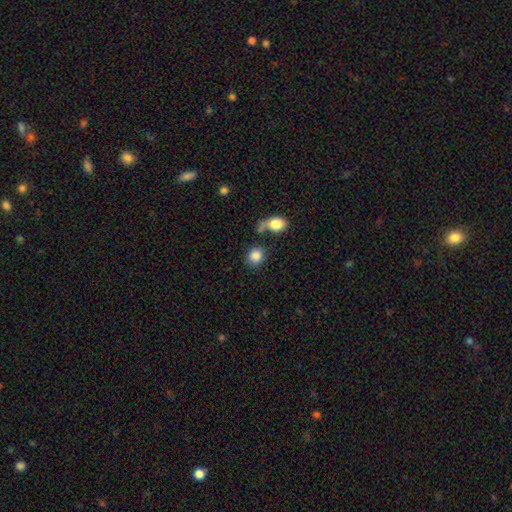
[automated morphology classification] smooth 85%, star or artifact 8%, featured or disk 7%. Down the decision tree: how rounded — round (77%); merging — none (63%).